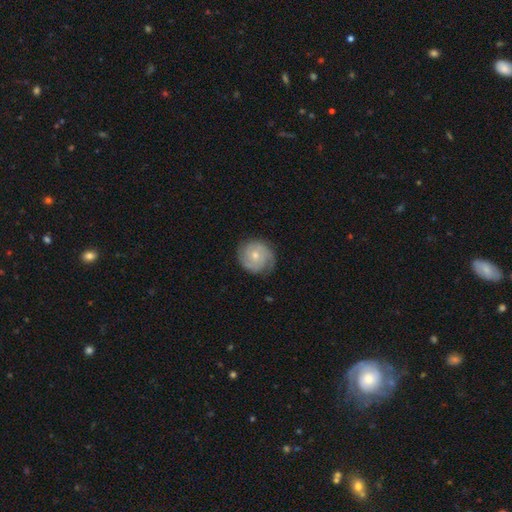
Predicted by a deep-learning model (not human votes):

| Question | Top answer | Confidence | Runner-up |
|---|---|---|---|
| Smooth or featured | featured or disk | 68% | smooth (26%) |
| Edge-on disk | no | 98% | yes (2%) |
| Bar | no | 73% | weak (24%) |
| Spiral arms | yes | 90% | no (10%) |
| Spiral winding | tight | 65% | medium (27%) |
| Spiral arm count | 2 | 35% | can't tell (30%) |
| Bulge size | small | 53% | moderate (43%) |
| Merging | none | 77% | minor disturbance (17%) |